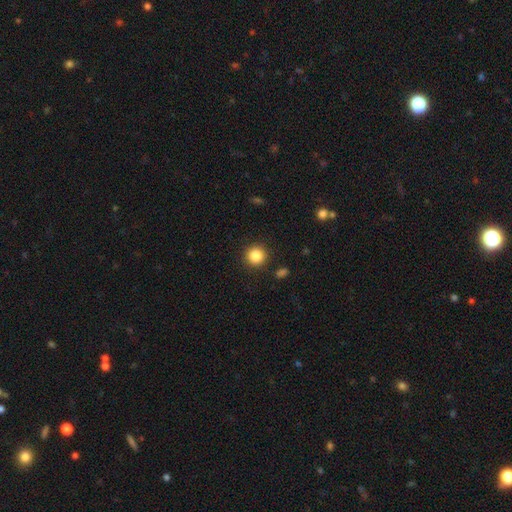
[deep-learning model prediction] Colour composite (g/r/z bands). It shows a smooth galaxy with no disk features (86%) that is round (94%). Merging: none (91%).